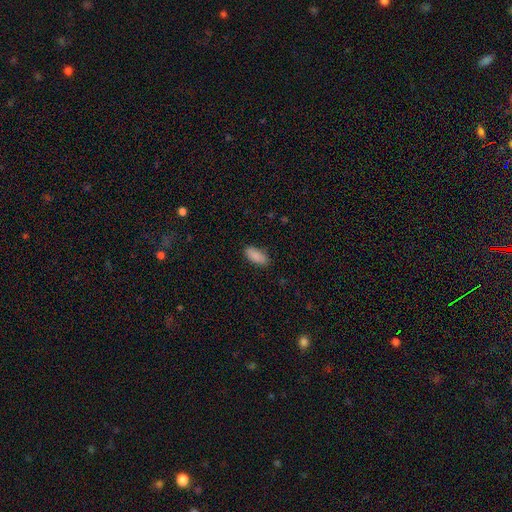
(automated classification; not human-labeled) Overall: smooth (89%). How rounded: in between (87%). Merging: none (86%).